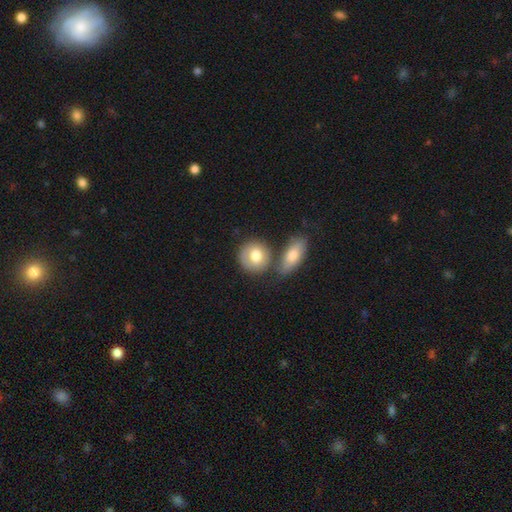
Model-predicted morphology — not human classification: The model was most divided on "merging": none: 58%, merger: 24%, minor disturbance: 13%, major disturbance: 5%. More confident: how rounded — round (80%); smooth or featured — smooth (73%).